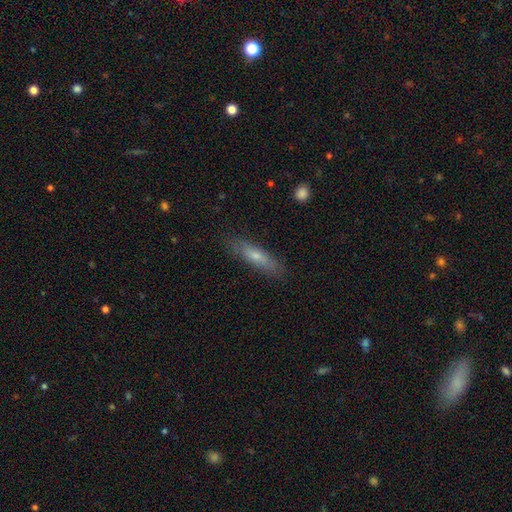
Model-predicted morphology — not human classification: Smooth or featured? smooth (61%)
How rounded? cigar-shaped (76%)
Merging? none (84%)